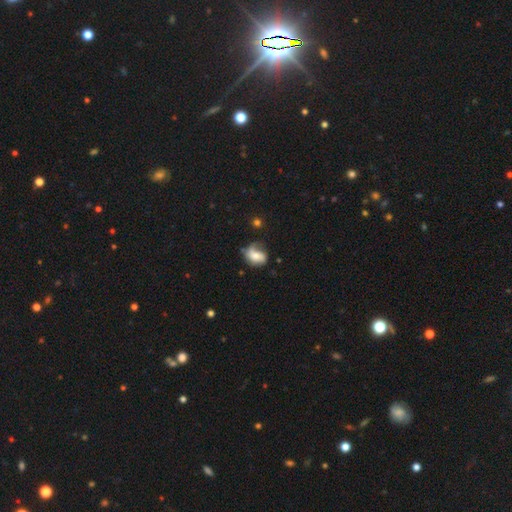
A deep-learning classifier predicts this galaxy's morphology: type=smooth (47%); merging=none (42%).